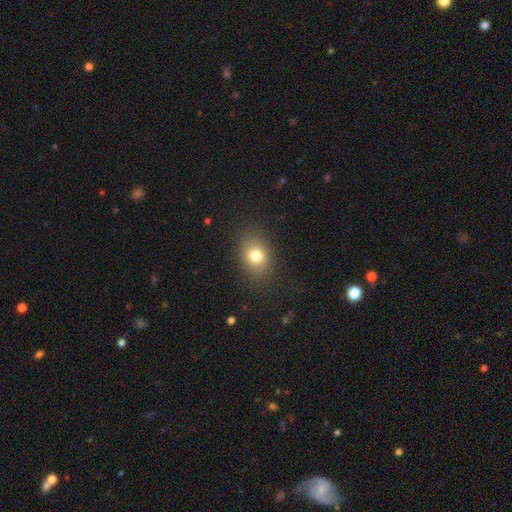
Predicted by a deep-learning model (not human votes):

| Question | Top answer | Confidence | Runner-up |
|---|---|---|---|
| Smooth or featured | smooth | 77% | star or artifact (13%) |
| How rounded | in between | 52% | round (47%) |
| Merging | none | 84% | minor disturbance (10%) |